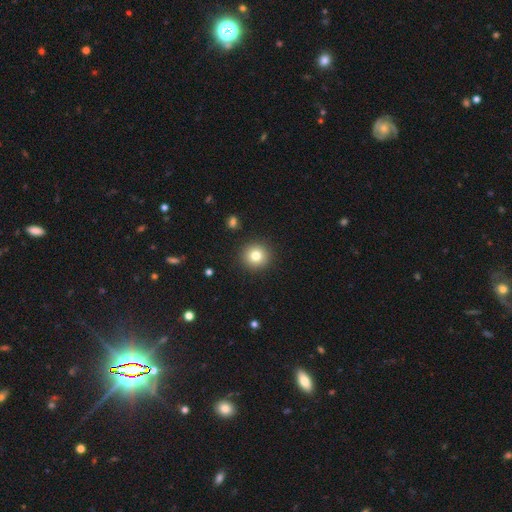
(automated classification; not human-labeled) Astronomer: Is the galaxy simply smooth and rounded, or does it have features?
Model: smooth — 79%.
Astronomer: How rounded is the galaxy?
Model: round — 94%.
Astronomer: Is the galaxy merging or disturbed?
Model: none — 91%.